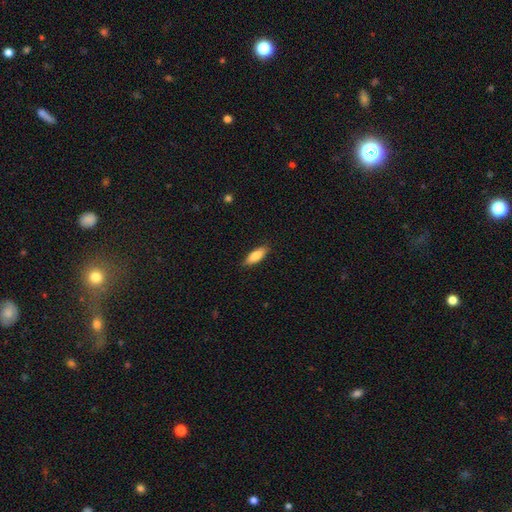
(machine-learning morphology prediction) Smooth or featured?
  - smooth: 80% *
  - featured or disk: 14%
  - star or artifact: 6%
How rounded?
  - in between: 64% *
  - cigar-shaped: 34%
  - round: 2%
Merging?
  - none: 85% *
  - minor disturbance: 12%
  - major disturbance: 2%
  - merger: 1%